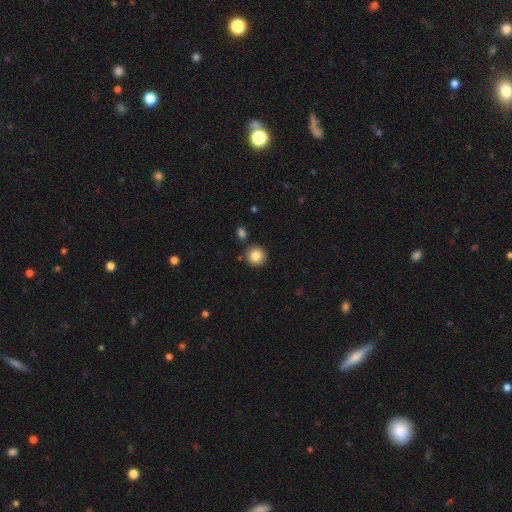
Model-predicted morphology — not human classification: Q: Smooth or featured?
A: smooth (86%); runner-up: star or artifact (9%)
Q: How rounded?
A: round (92%); runner-up: in between (7%)
Q: Merging?
A: none (85%); runner-up: minor disturbance (7%)